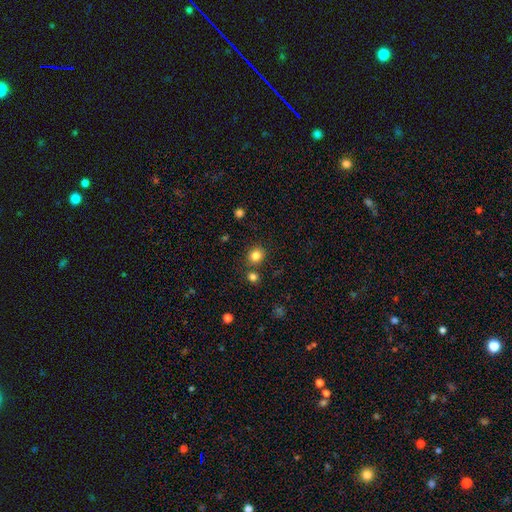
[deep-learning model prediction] smooth_or_featured: smooth (p=0.83) [alt: star or artifact p=0.12]
how_rounded: round (p=0.78) [alt: in between p=0.21]
merging: none (p=0.80) [alt: minor disturbance p=0.08]